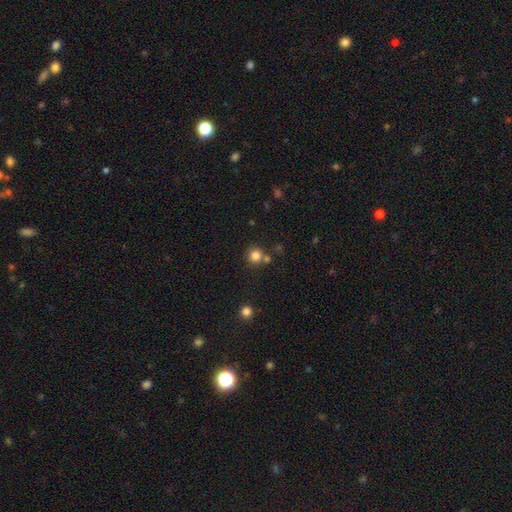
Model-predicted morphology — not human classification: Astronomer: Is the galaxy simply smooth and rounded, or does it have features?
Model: smooth — 81%.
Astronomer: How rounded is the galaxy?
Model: round — 92%.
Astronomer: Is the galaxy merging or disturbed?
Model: none — 72%.